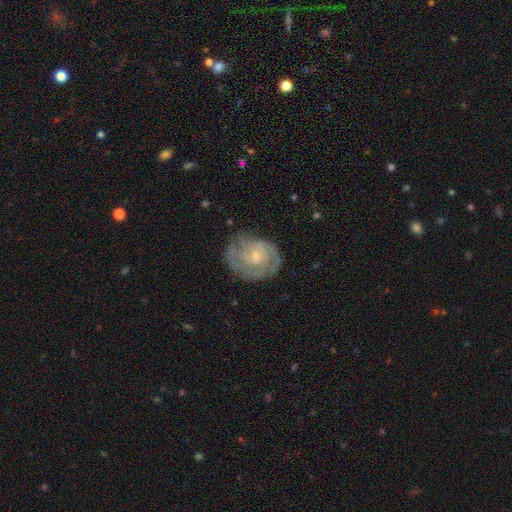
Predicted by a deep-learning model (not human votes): The model was most divided on "spiral arm count": can't tell: 32%, 2: 28%, 3: 22%, 4: 8%, 1: 6%, more than 4: 5%. More confident: edge-on disk — no (98%); spiral arms — yes (91%); smooth or featured — featured or disk (78%); bulge size — small (67%); bar — no (66%); merging — none (65%); spiral winding — tight (57%).